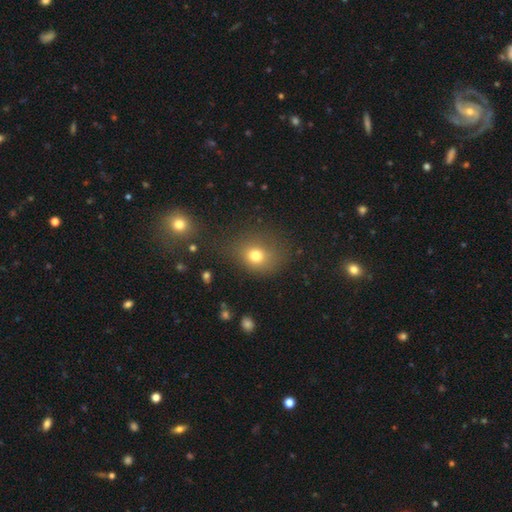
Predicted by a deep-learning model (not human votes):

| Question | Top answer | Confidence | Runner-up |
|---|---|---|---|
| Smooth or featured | smooth | 74% | star or artifact (16%) |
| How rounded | round | 64% | in between (35%) |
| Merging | none | 66% | minor disturbance (19%) |